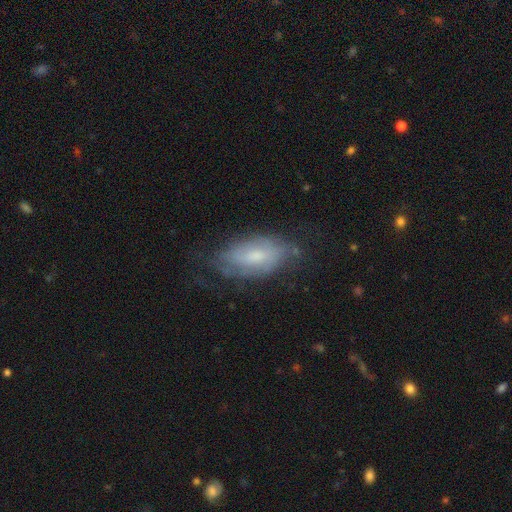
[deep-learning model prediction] Morphology: type=featured or disk (51%); edge-on=no (89%); merging=none (59%).